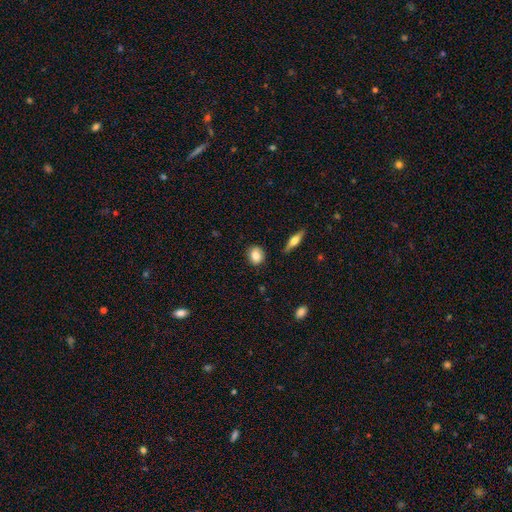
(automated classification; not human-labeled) smooth-or-featured: smooth: 82% | featured or disk: 11% | star or artifact: 8%
  how-rounded: round: 67% | in between: 31% | cigar-shaped: 2%
  merging: none: 85% | minor disturbance: 11% | major disturbance: 2% | merger: 2%